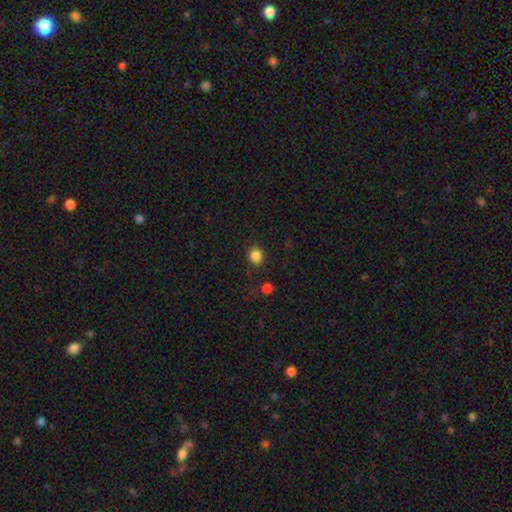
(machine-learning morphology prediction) Q: Smooth or featured?
A: smooth (85%); runner-up: star or artifact (12%)
Q: How rounded?
A: round (84%); runner-up: in between (15%)
Q: Merging?
A: none (85%); runner-up: minor disturbance (9%)